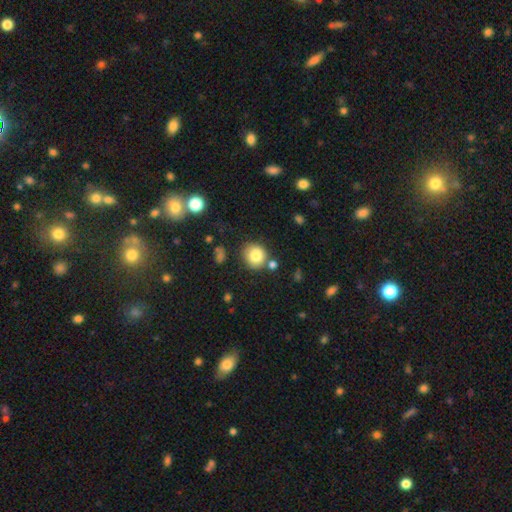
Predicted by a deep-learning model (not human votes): Morphology: type=smooth (82%); roundness=round (84%); merging=none (74%).